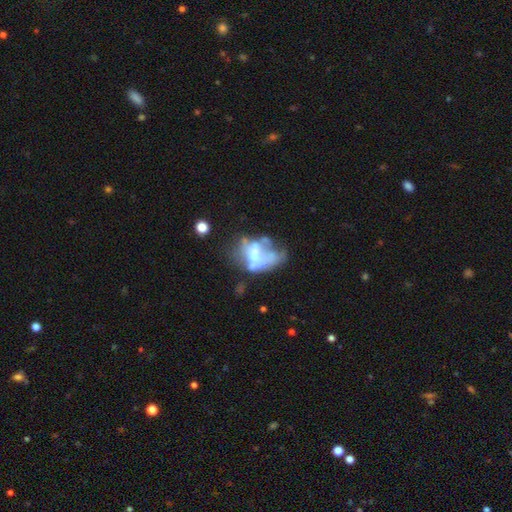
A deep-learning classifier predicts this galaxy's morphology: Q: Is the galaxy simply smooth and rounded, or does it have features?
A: featured or disk — 56%.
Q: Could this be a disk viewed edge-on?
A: no — 97%.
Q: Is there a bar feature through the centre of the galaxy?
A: no — 84%.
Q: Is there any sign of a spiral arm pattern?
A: no — 91%.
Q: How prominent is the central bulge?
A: none — 49%.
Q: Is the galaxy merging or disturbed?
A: major disturbance — 36%.